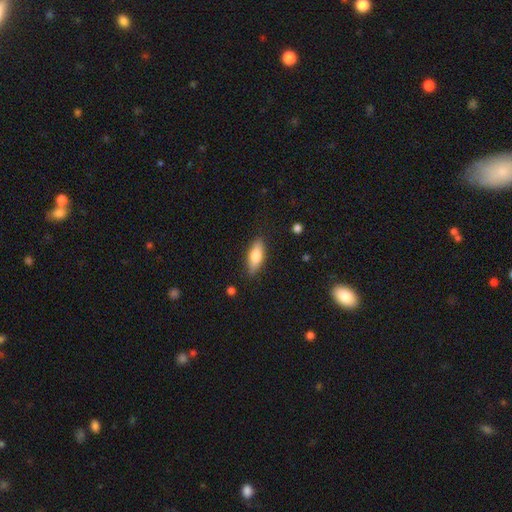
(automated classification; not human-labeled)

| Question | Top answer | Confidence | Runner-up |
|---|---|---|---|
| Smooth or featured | smooth | 72% | featured or disk (22%) |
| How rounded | in between | 70% | cigar-shaped (28%) |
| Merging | none | 84% | minor disturbance (12%) |